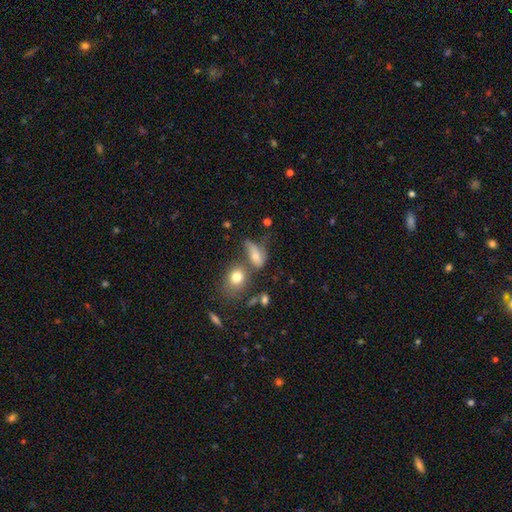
Smooth or featured? 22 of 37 (59%) said smooth. How rounded? 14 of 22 (64%) said in between. Merging? 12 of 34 (35%) said merger.